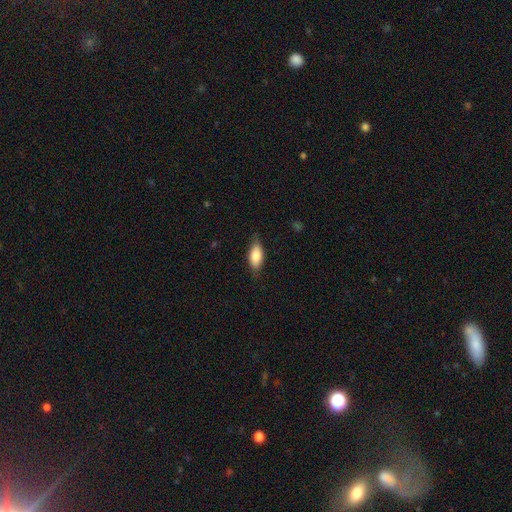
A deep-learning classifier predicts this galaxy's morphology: This appears to be a smooth galaxy with no disk features (81%) that is in between round and cigar-shaped (87%). Merging: none (75%).